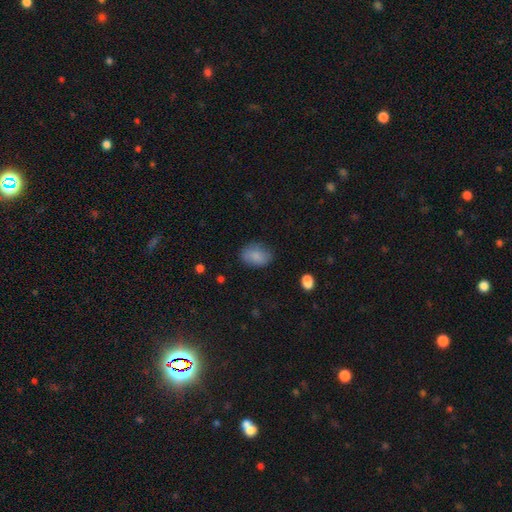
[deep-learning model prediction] Smooth or featured: smooth — 85% (featured or disk — 8%)
How rounded: in between — 81% (round — 18%)
Merging: none — 75% (minor disturbance — 19%)